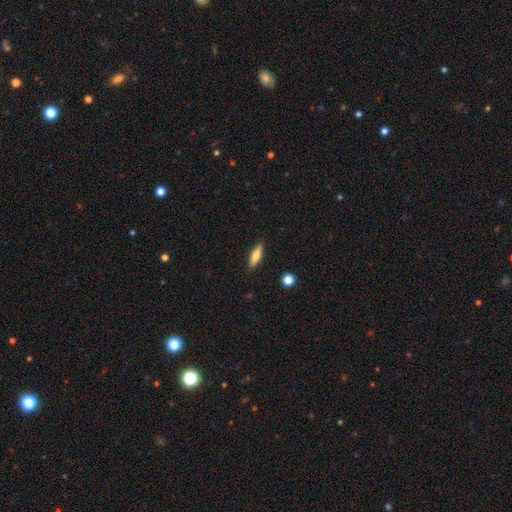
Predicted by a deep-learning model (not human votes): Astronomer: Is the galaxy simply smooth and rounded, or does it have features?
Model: smooth — 59%.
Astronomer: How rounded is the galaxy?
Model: cigar-shaped — 64%.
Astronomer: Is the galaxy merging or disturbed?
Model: none — 89%.